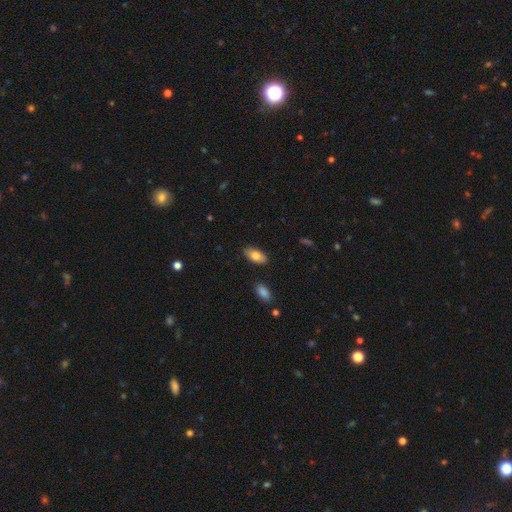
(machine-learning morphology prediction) A smooth galaxy with no disk features (81%) that is in between round and cigar-shaped (93%). Merging: none (86%).